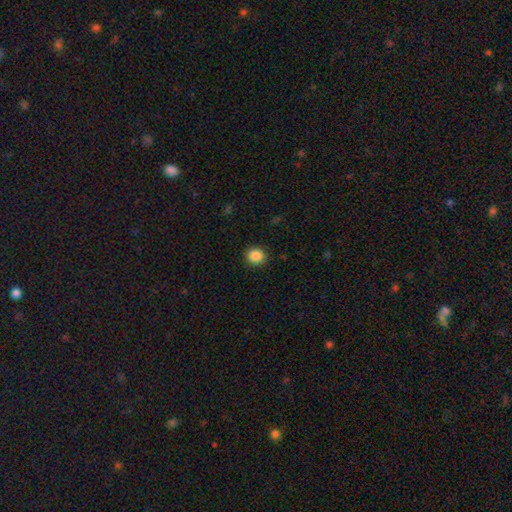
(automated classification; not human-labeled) Overall: smooth (88%). How rounded: round (80%). Merging: none (91%).